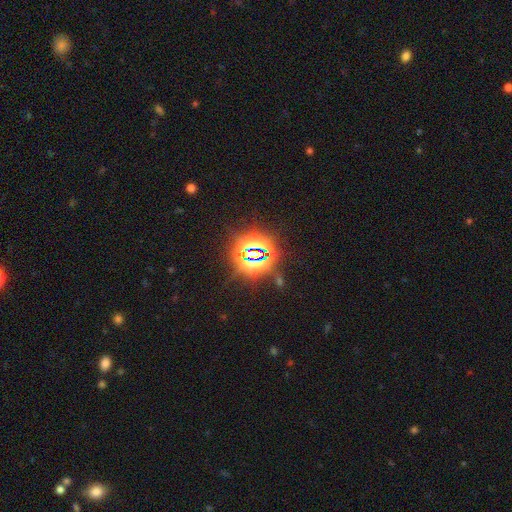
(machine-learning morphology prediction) Smooth or featured?
  - star or artifact: 81% *
  - smooth: 11%
  - featured or disk: 9%